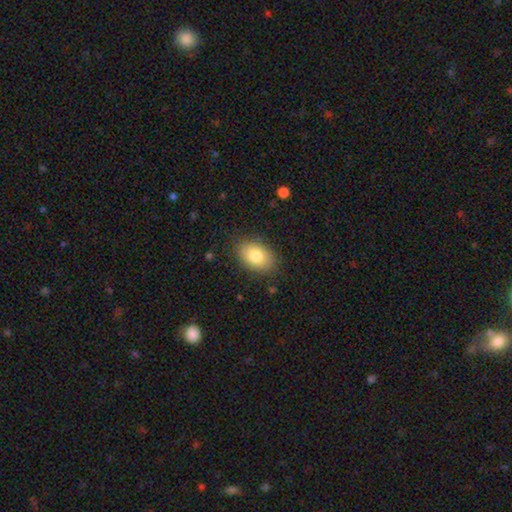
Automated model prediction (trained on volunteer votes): smooth_or_featured: smooth (p=0.81) [alt: featured or disk p=0.11]
how_rounded: in between (p=0.85) [alt: round p=0.14]
merging: none (p=0.83) [alt: minor disturbance p=0.12]